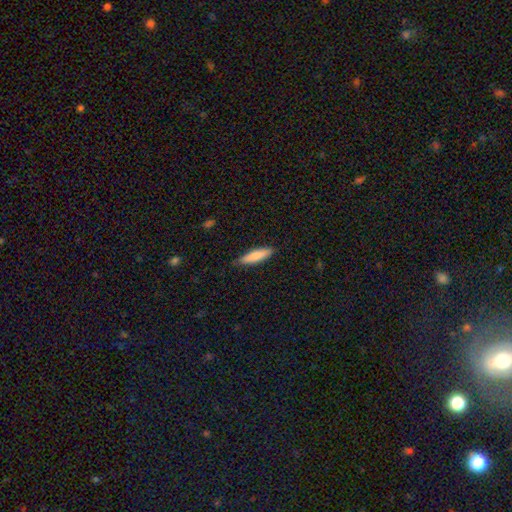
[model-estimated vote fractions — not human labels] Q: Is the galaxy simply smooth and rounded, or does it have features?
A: smooth — 81%.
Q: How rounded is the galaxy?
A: cigar-shaped — 74%.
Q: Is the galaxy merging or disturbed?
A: none — 86%.